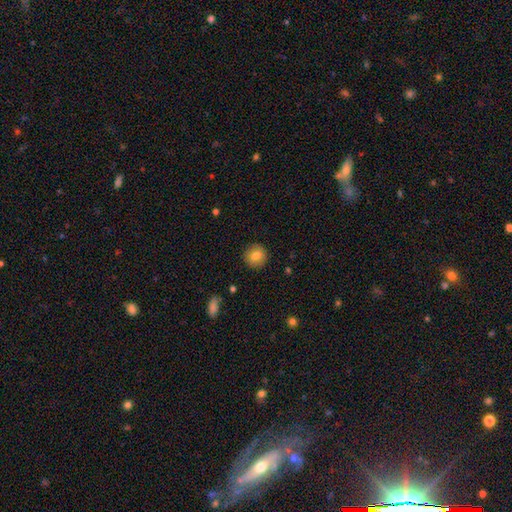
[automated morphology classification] A smooth galaxy with no disk features (81%) that is round (93%).

Vote fractions:
- Smooth or featured? smooth: 81% / featured or disk: 11% / star or artifact: 8%
- How rounded? round: 93% / in between: 6% / cigar-shaped: 1%
- Merging? none: 90% / minor disturbance: 7% / major disturbance: 2% / merger: 1%